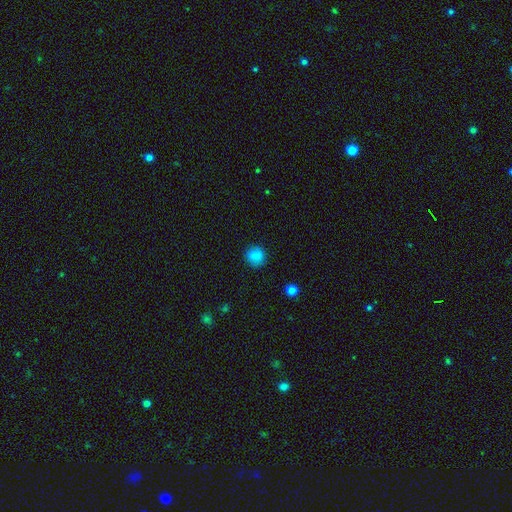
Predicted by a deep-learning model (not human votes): This is clearly a smooth galaxy (86%). How rounded: clearly round (91%). Merging: clearly none (89%).